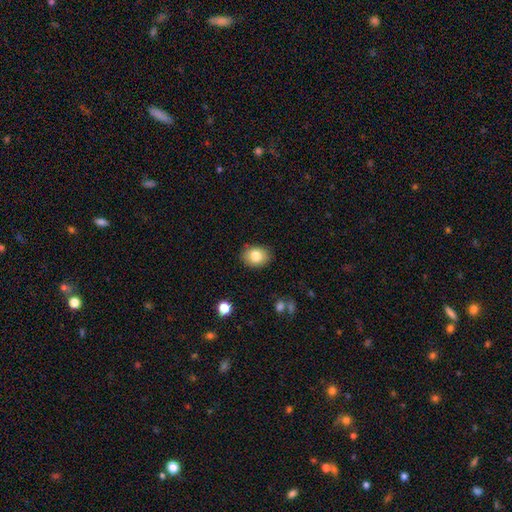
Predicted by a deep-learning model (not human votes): A smooth galaxy with no disk features (82%) that is in between round and cigar-shaped (58%).

Vote fractions:
- Smooth or featured? smooth: 82% / featured or disk: 9% / star or artifact: 9%
- How rounded? in between: 58% / round: 41% / cigar-shaped: 1%
- Merging? none: 86% / minor disturbance: 11% / major disturbance: 2% / merger: 1%